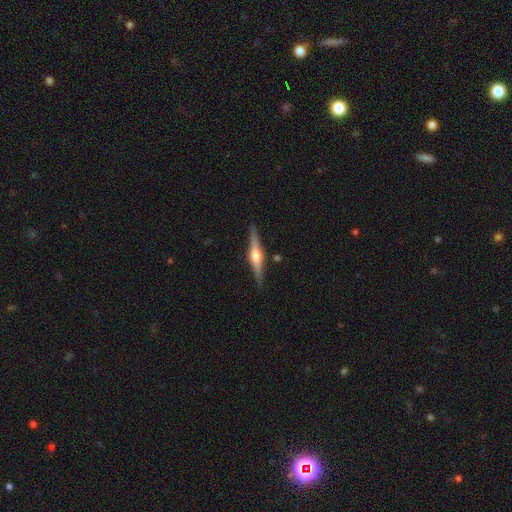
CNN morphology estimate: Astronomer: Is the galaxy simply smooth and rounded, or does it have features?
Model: featured or disk — 76%.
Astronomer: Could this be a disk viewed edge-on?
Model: yes — 98%.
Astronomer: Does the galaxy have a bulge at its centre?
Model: rounded — 91%.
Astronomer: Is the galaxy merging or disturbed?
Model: none — 89%.